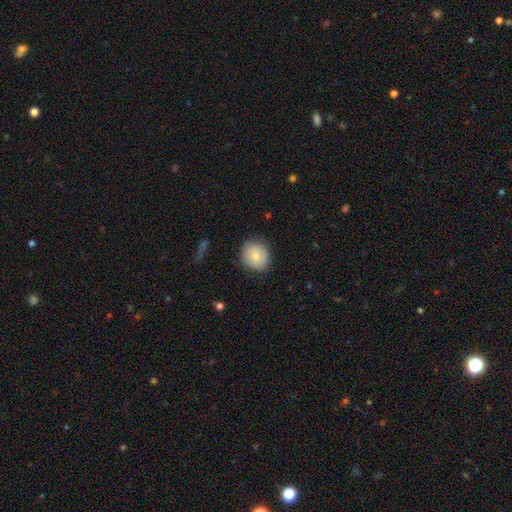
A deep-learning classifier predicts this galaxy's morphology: Smooth or featured? smooth (77%)
How rounded? round (84%)
Merging? none (82%)